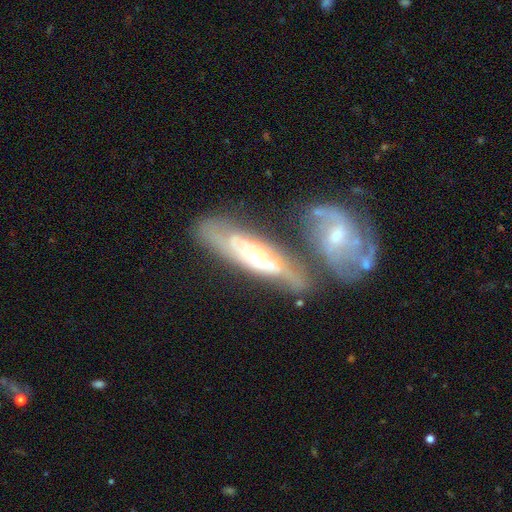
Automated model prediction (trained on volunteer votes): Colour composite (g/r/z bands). It shows a featured or disk galaxy (75%) with no bar (65%), spiral arms (81%) and a small central bulge (50%). Merging: none (40%).